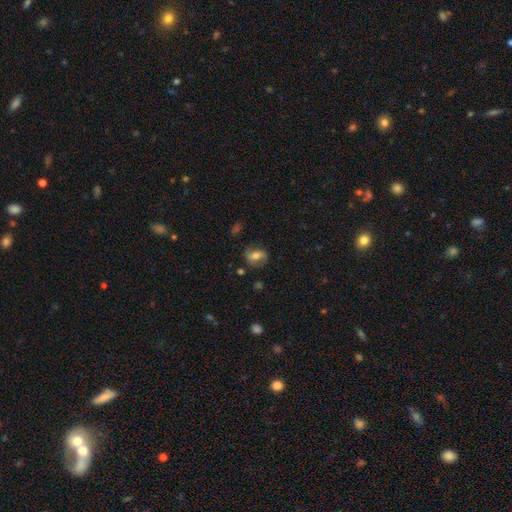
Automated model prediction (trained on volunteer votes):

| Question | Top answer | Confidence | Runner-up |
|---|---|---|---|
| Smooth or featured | smooth | 56% | featured or disk (35%) |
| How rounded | in between | 65% | round (31%) |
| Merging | none | 73% | minor disturbance (18%) |